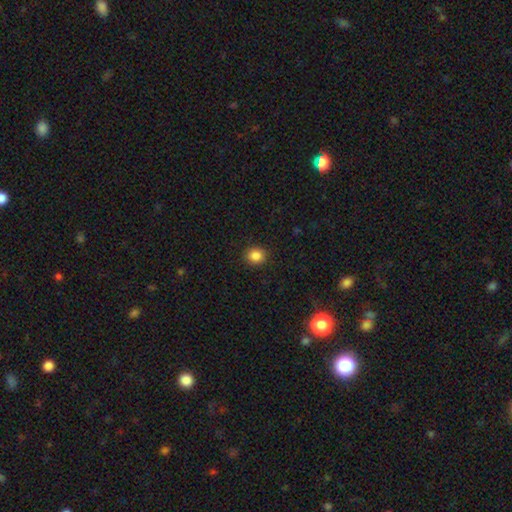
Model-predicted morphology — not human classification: The model was most divided on "how rounded": round: 82%, in between: 17%, cigar-shaped: 1%. More confident: merging — none (91%); smooth or featured — smooth (86%).